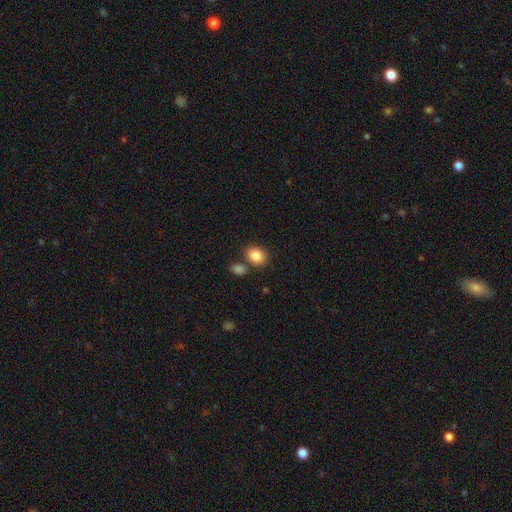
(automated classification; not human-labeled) Overall: smooth (86%). How rounded: in between (58%; round 41%). Merging: none (72%).